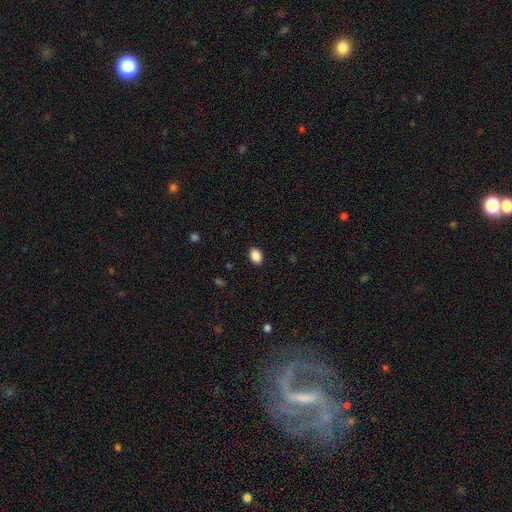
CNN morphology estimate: smooth-or-featured: smooth: 89% | star or artifact: 8% | featured or disk: 3%
  how-rounded: in between: 79% | round: 20% | cigar-shaped: 1%
  merging: none: 90% | minor disturbance: 7% | major disturbance: 2% | merger: 1%